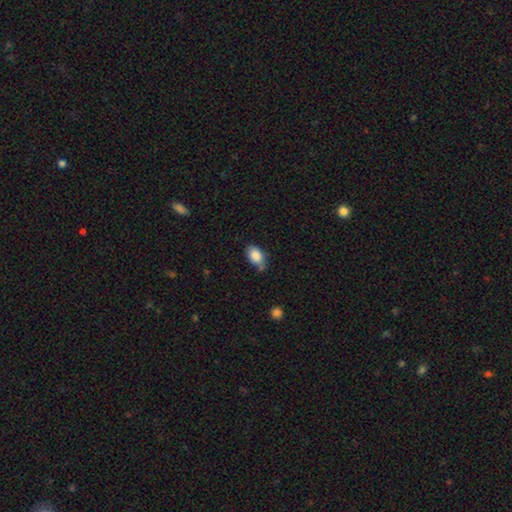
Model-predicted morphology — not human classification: Smooth or featured: smooth — 86% (star or artifact — 8%)
How rounded: in between — 89% (round — 9%)
Merging: none — 60% (minor disturbance — 28%)